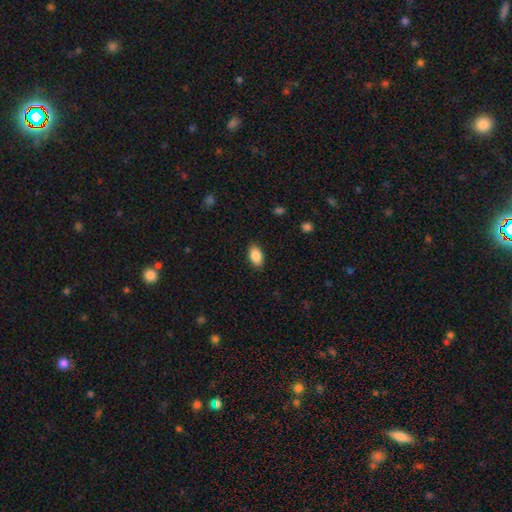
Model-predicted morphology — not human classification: smooth_or_featured: smooth (p=0.88) [alt: star or artifact p=0.07]
how_rounded: in between (p=0.92) [alt: round p=0.05]
merging: none (p=0.88) [alt: minor disturbance p=0.09]